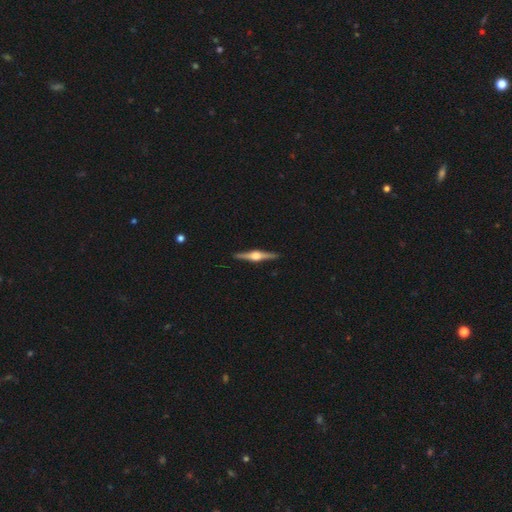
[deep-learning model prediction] Morphology: type=featured or disk (85%); edge-on=yes (98%); edge-on bulge=rounded (93%); merging=none (92%).